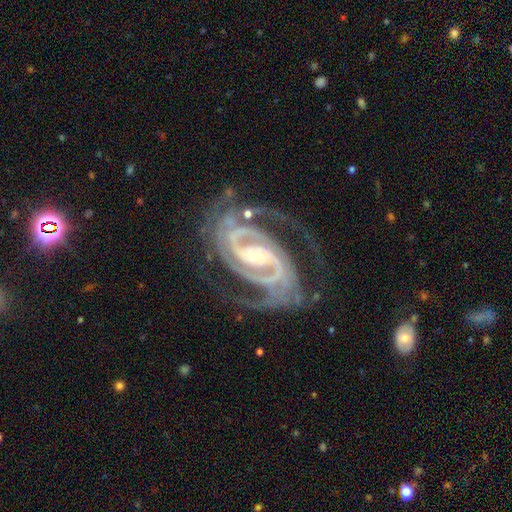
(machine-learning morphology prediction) Smooth or featured? Predicted: featured or disk (p=0.93). Edge-on disk? Predicted: no (p=0.97). Bar? Predicted: strong (p=0.48). Spiral arms? Predicted: yes (p=0.99). Spiral winding? Predicted: tight (p=0.60). Spiral arm count? Predicted: 2 (p=0.75). Bulge size? Predicted: small (p=0.54). Merging? Predicted: none (p=0.73).